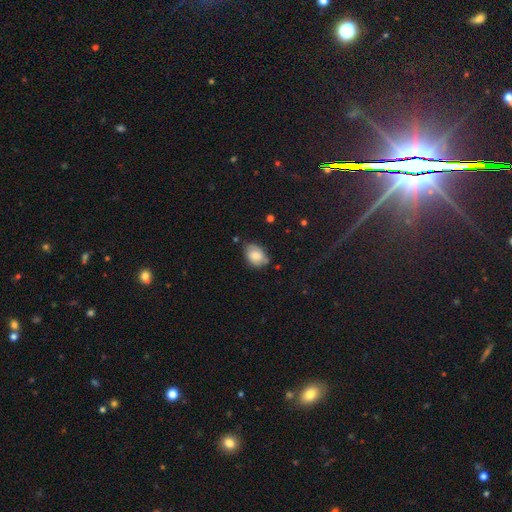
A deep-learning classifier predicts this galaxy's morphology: This appears to be a smooth galaxy with no disk features (70%) that is in between round and cigar-shaped (82%). Merging: none (67%).